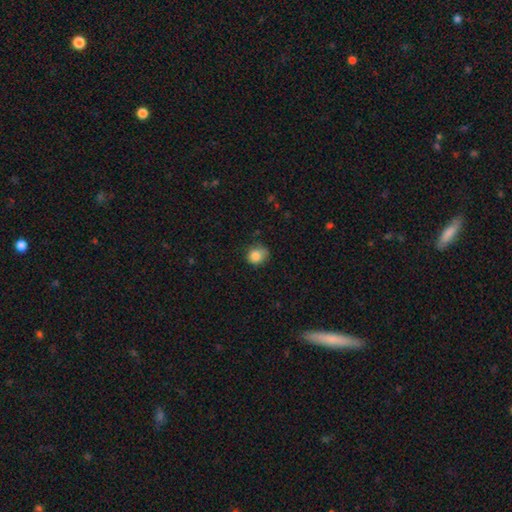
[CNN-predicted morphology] This appears to be a smooth galaxy with no disk features (85%) that is round (68%). Merging: none (61%).